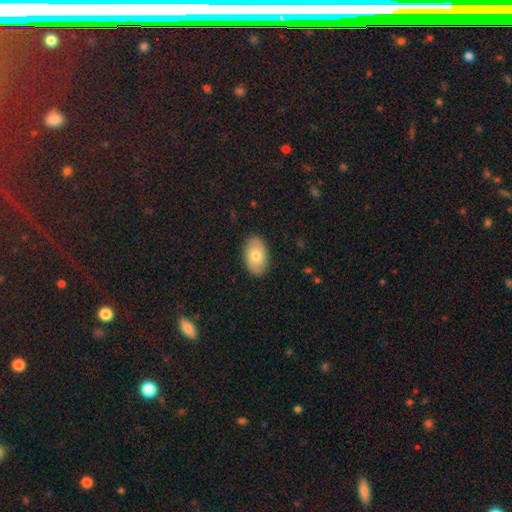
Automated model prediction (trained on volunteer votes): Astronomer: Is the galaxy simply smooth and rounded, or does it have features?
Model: smooth — 75%.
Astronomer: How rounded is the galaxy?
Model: in between — 92%.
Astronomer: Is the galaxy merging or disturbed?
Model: none — 88%.